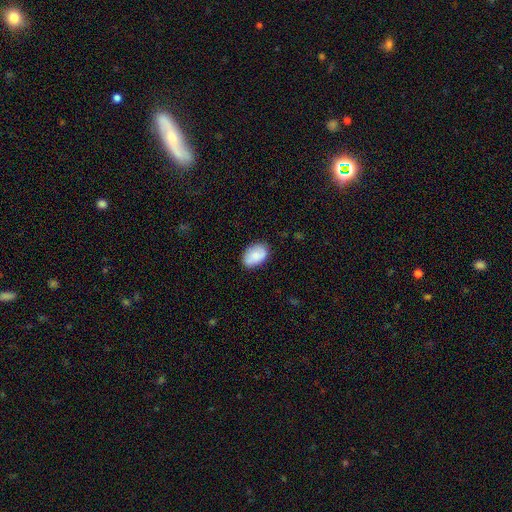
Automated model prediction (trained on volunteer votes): This is clearly a smooth galaxy (82%). How rounded: clearly in between (87%). Merging: likely none (78%).